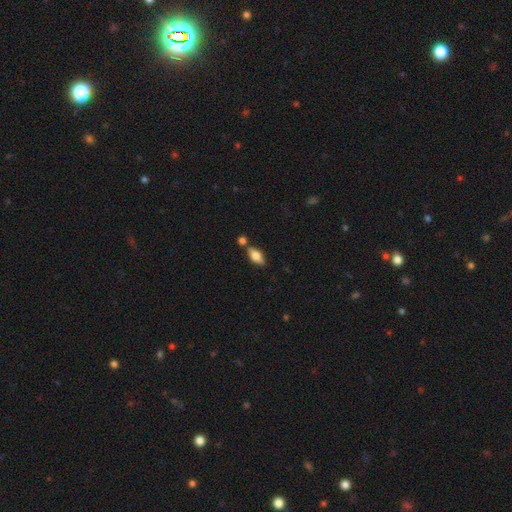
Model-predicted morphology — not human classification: Smooth or featured? Predicted: smooth (p=0.74). How rounded? Predicted: in between (p=0.86). Merging? Predicted: none (p=0.71).